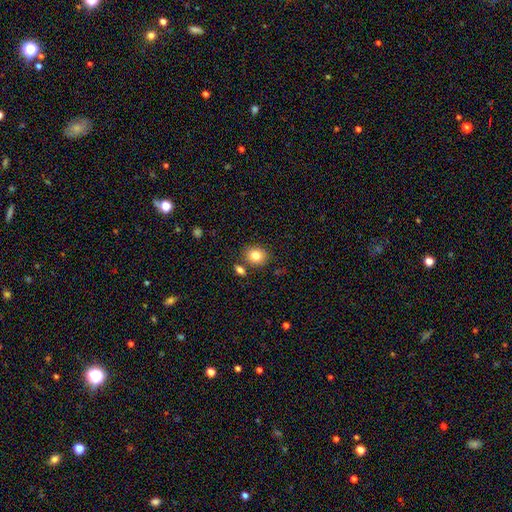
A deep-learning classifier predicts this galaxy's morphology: A smooth galaxy with no disk features (82%) that is round (72%). Merging: none (80%).